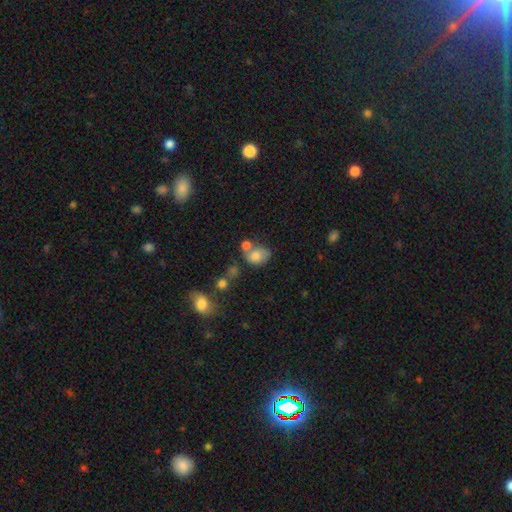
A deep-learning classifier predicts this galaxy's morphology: Overall: smooth (75%). How rounded: in between (54%; round 45%). Merging: none (38%; merger 32%).